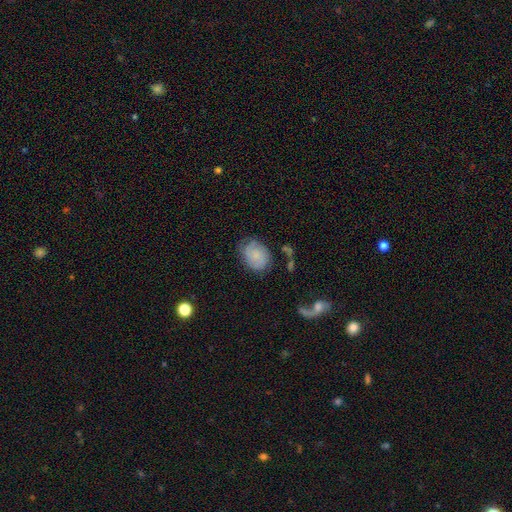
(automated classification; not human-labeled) Smooth or featured?
  - smooth: 58% *
  - featured or disk: 34%
  - star or artifact: 8%
How rounded?
  - in between: 62% *
  - round: 37%
  - cigar-shaped: 1%
Merging?
  - none: 61% *
  - minor disturbance: 26%
  - major disturbance: 9%
  - merger: 3%